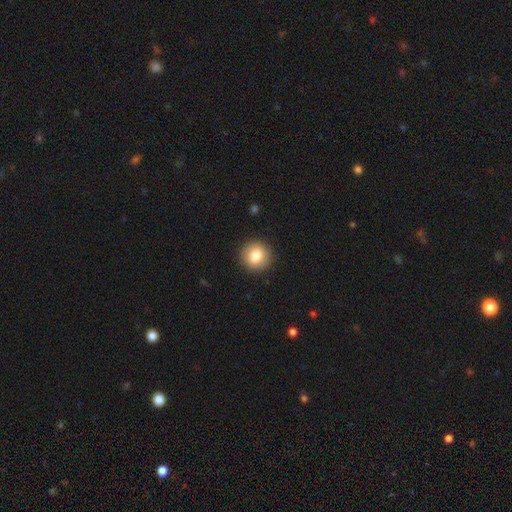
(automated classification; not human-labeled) Morphology: type=smooth (81%); roundness=round (92%); merging=none (92%).